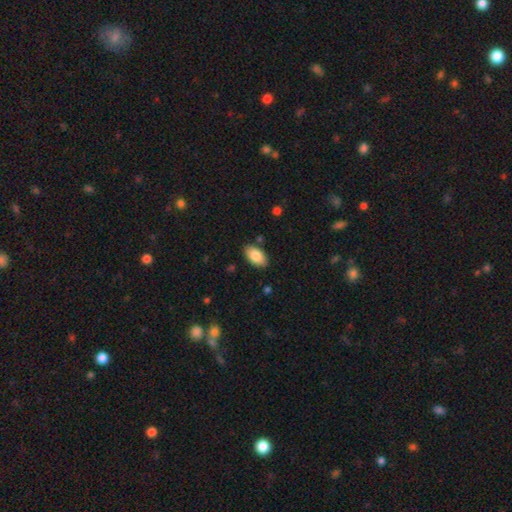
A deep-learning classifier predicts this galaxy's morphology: This is clearly a smooth galaxy (85%). How rounded: clearly in between (95%). Merging: clearly none (86%).